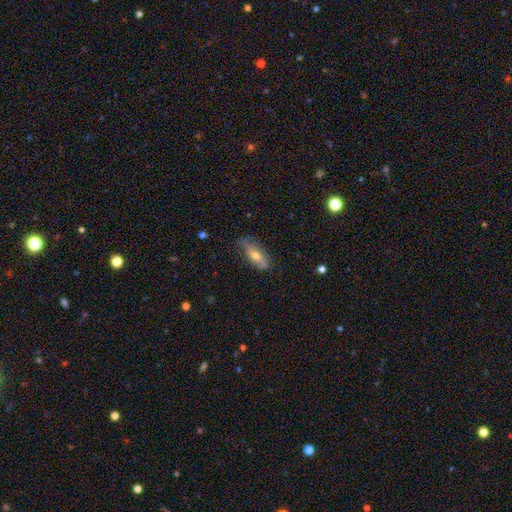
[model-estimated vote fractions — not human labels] smooth-or-featured: smooth: 47% | featured or disk: 45% | star or artifact: 8%
  merging: none: 62% | minor disturbance: 29% | major disturbance: 7% | merger: 2%